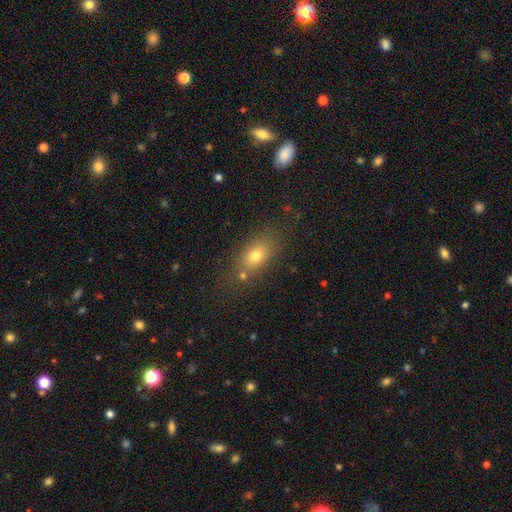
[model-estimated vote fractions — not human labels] Smooth or featured? Predicted: smooth (p=0.72). How rounded? Predicted: in between (p=0.77). Merging? Predicted: none (p=0.73).